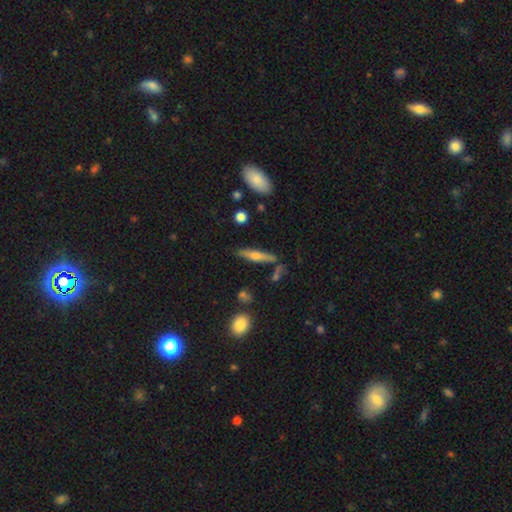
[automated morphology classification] The model was most divided on "smooth or featured": smooth: 50%, featured or disk: 44%, star or artifact: 7%. More confident: merging — none (80%).